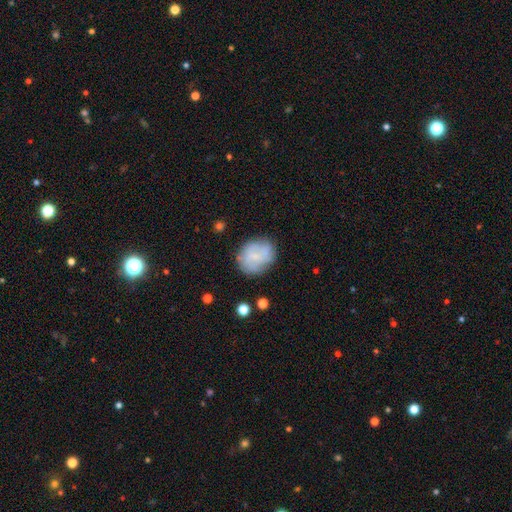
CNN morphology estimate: The model was most divided on "smooth or featured": smooth: 48%, featured or disk: 43%, star or artifact: 9%. More confident: merging — none (69%).